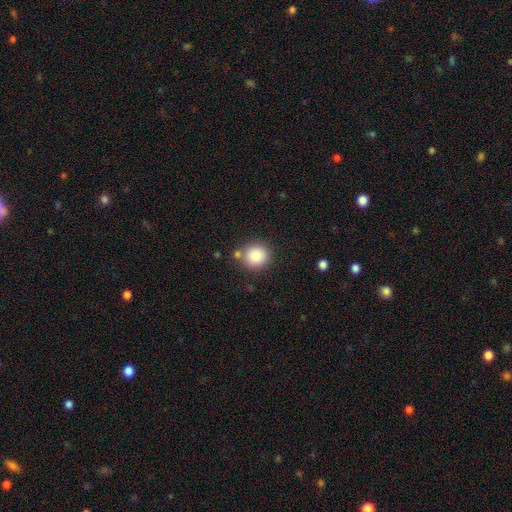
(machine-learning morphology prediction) Smooth or featured?
  - smooth: 86% *
  - star or artifact: 9%
  - featured or disk: 6%
How rounded?
  - round: 85% *
  - in between: 14%
  - cigar-shaped: 1%
Merging?
  - none: 77% *
  - minor disturbance: 10%
  - merger: 10%
  - major disturbance: 3%